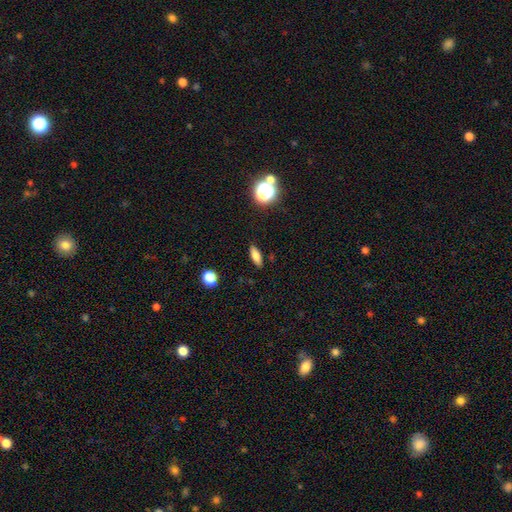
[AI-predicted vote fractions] A smooth galaxy with no disk features (76%) that is in between round and cigar-shaped (59%). Merging: none (88%).